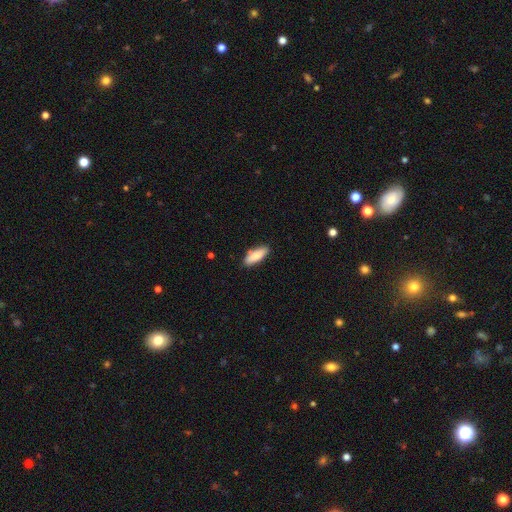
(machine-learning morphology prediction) Smooth or featured? smooth (83%)
How rounded? in between (69%)
Merging? none (83%)